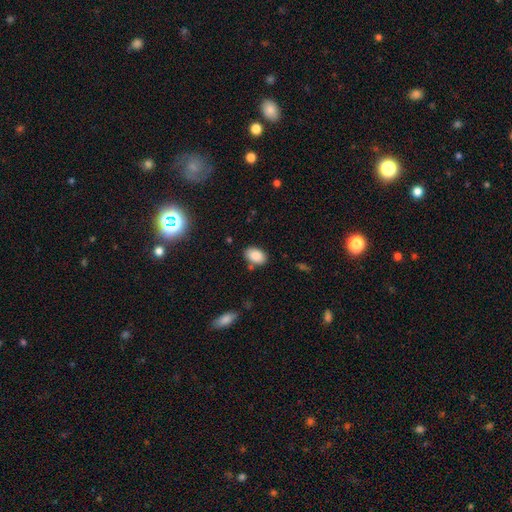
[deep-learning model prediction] A smooth galaxy with no disk features (87%) that is in between round and cigar-shaped (90%).

Vote fractions:
- Smooth or featured? smooth: 87% / star or artifact: 7% / featured or disk: 5%
- How rounded? in between: 90% / round: 8% / cigar-shaped: 1%
- Merging? none: 79% / minor disturbance: 13% / merger: 4% / major disturbance: 3%